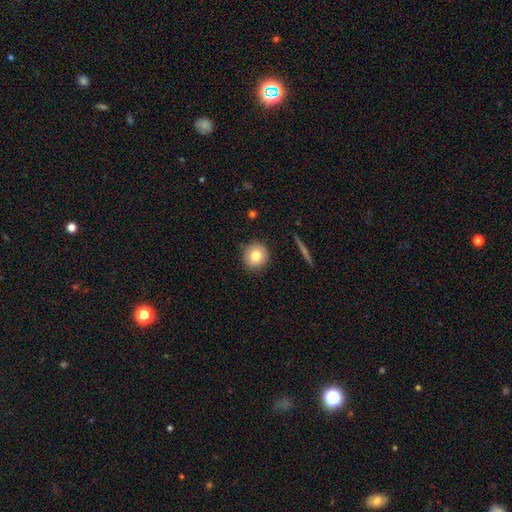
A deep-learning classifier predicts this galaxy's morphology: Q: Smooth or featured?
A: smooth (80%); runner-up: featured or disk (11%)
Q: How rounded?
A: round (92%); runner-up: in between (7%)
Q: Merging?
A: none (88%); runner-up: minor disturbance (9%)